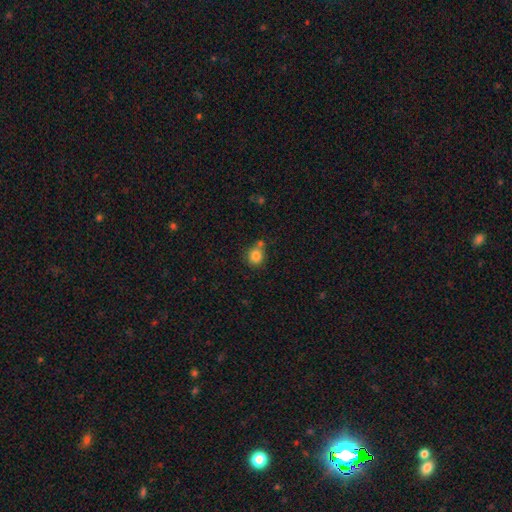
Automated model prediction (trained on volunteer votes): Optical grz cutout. It shows a smooth galaxy with no disk features (83%) that is round (82%). Merging: none (64%).